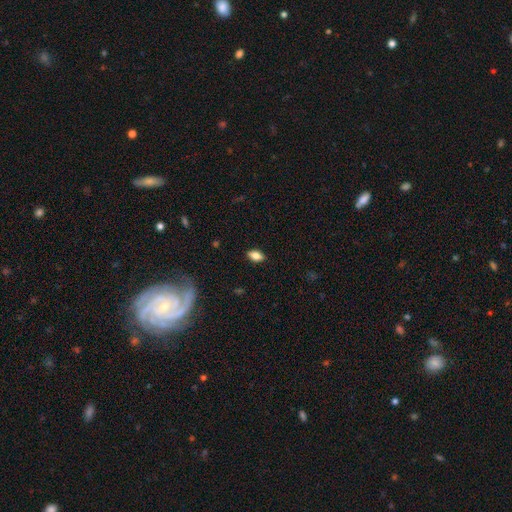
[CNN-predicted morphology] Smooth or featured? Predicted: smooth (p=0.76). How rounded? Predicted: in between (p=0.88). Merging? Predicted: none (p=0.86).